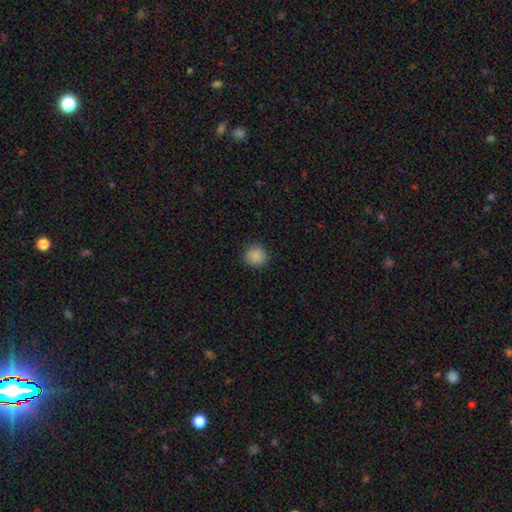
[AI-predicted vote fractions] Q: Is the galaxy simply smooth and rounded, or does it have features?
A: smooth — 88%.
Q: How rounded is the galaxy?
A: round — 92%.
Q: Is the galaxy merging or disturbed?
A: none — 89%.